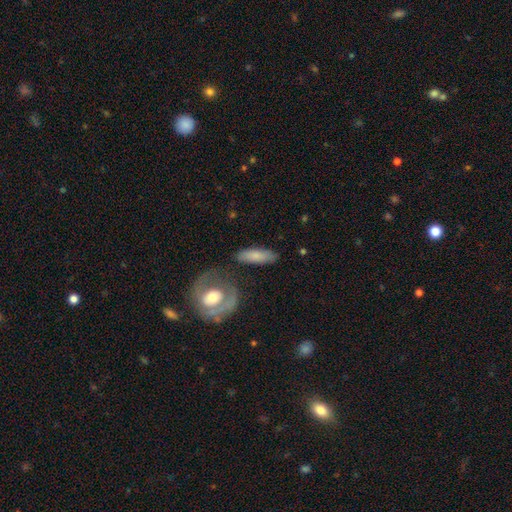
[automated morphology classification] This appears to be a smooth galaxy with no disk features (73%) that is in between round and cigar-shaped (48%, tied with cigar-shaped). Merging: none (76%).